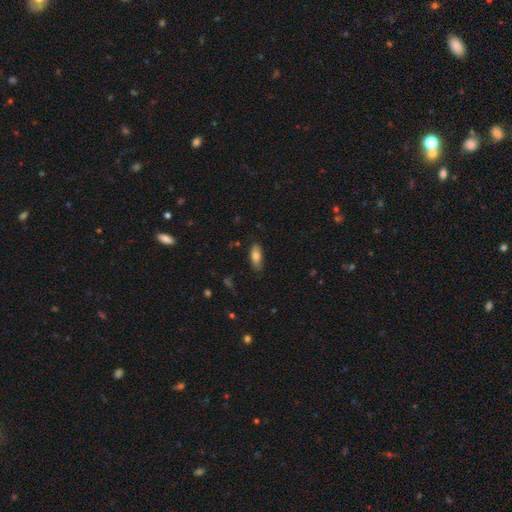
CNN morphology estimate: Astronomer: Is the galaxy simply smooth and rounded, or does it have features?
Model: smooth — 80%.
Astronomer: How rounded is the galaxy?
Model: in between — 80%.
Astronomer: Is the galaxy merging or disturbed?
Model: none — 81%.